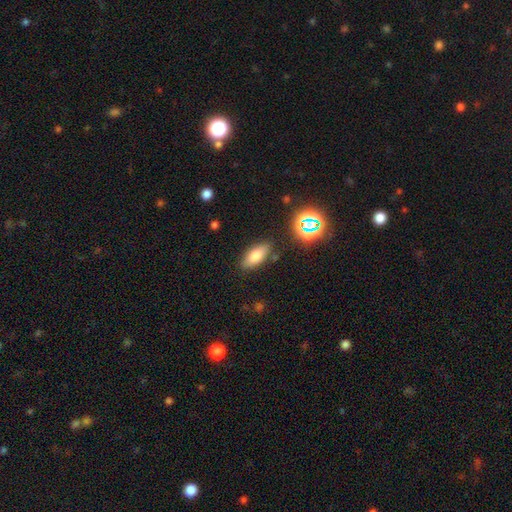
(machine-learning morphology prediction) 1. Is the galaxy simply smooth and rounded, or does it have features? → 74% smooth, 15% featured or disk, 12% star or artifact.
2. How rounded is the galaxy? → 81% in between, 15% cigar-shaped, 4% round.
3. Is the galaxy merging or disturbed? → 83% none, 11% minor disturbance, 3% merger, 3% major disturbance.